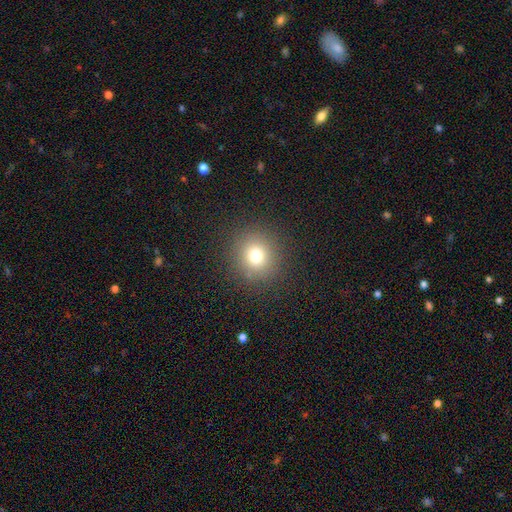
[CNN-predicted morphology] This appears to be a smooth galaxy with no disk features (74%) that is round (91%). Merging: none (89%).